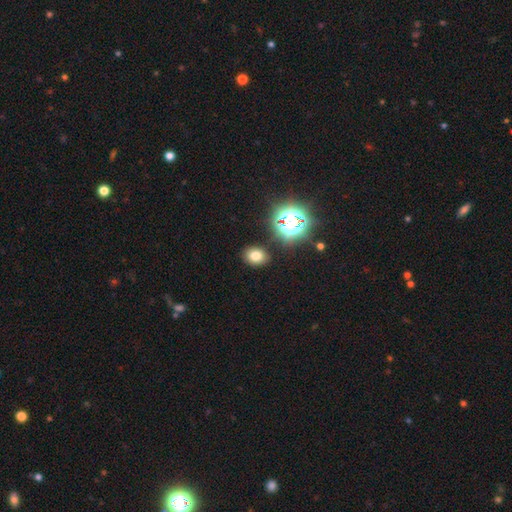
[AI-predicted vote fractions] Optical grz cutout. It shows a smooth galaxy with no disk features (71%) that is in between round and cigar-shaped (58%). Merging: none (86%).